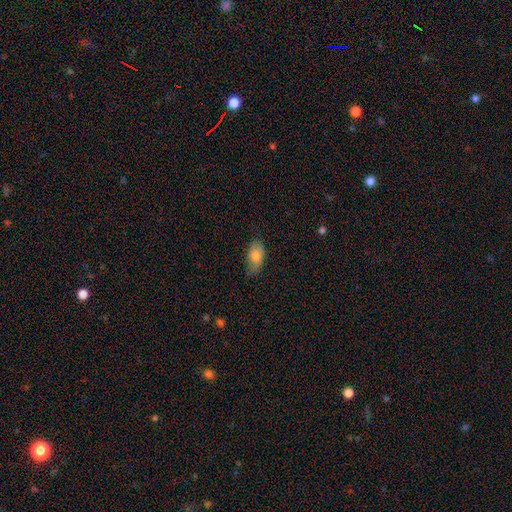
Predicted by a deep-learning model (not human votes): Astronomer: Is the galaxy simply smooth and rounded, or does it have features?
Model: smooth — 80%.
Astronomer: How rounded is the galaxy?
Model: in between — 92%.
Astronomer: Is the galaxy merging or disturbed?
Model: none — 74%.